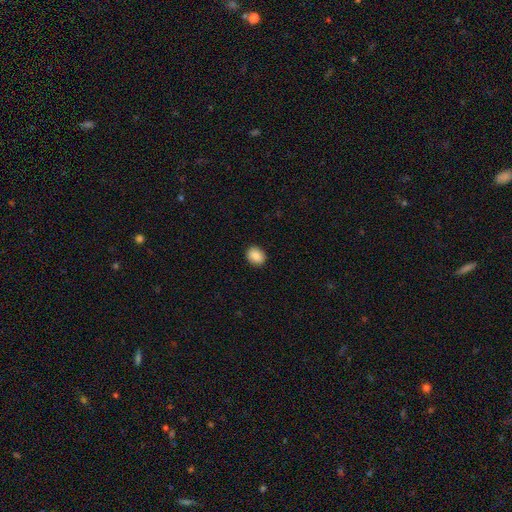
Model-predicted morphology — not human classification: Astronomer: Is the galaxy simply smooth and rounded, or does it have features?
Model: smooth — 88%.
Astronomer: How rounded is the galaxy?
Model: round — 50% (runner-up: in between, 49%).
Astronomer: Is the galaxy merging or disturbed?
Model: none — 90%.